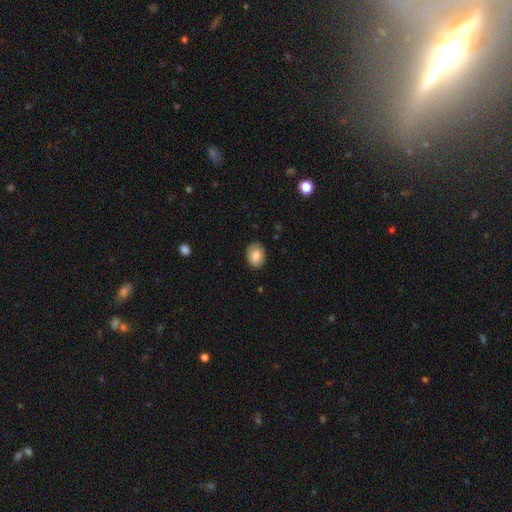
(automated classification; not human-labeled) smooth 82%, featured or disk 11%, star or artifact 7%. Down the decision tree: how rounded — in between (66%); merging — none (87%).